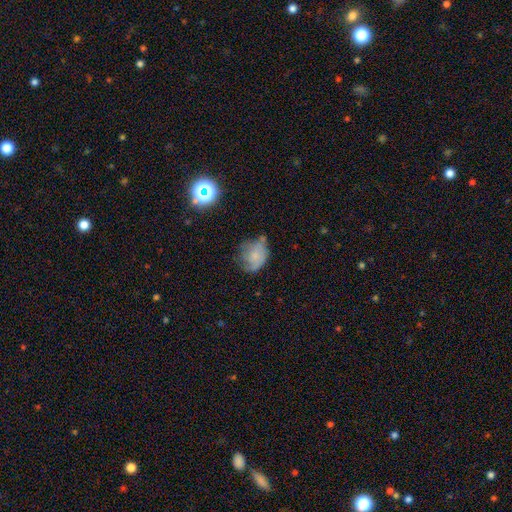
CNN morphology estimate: A smooth galaxy with no disk features (60%) that is in between round and cigar-shaped (50%). Merging: none (40%).